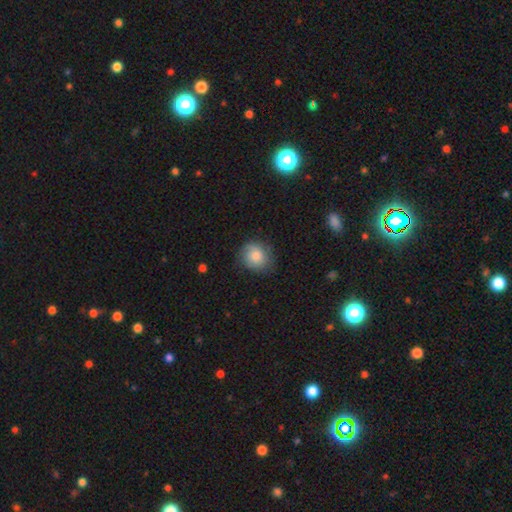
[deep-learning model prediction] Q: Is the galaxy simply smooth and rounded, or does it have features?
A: smooth — 79%.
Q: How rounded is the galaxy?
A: round — 76%.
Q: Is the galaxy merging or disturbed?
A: none — 76%.